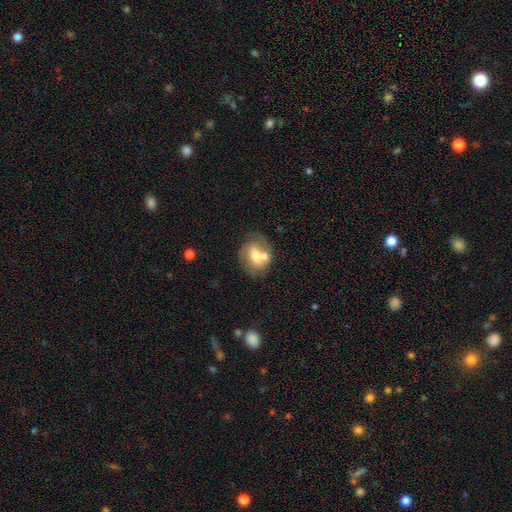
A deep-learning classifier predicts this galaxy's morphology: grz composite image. It shows a smooth galaxy with no disk features (52%) that is in between round and cigar-shaped (53%). Merging: none (40%).